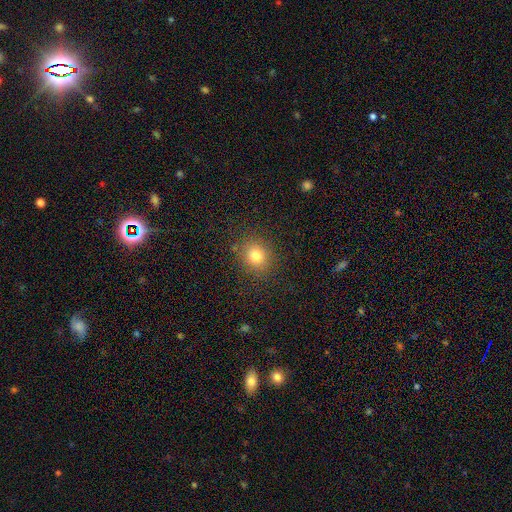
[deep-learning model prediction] Smooth or featured? Predicted: smooth (p=0.80). How rounded? Predicted: round (p=0.82). Merging? Predicted: none (p=0.86).